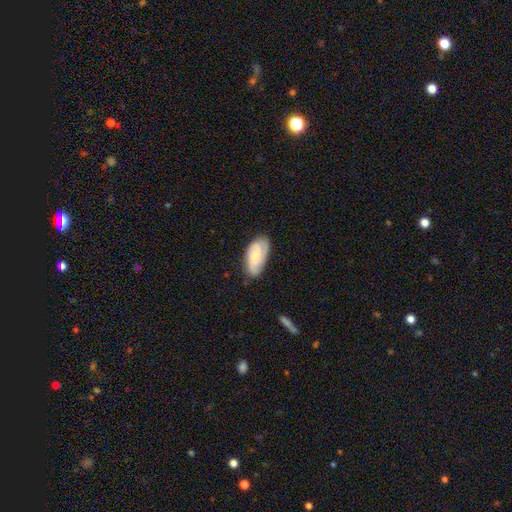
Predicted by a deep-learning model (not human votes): Overall: featured or disk (51%; smooth 43%). Edge-on disk: no (94%). Merging: none (66%; minor disturbance 27%).